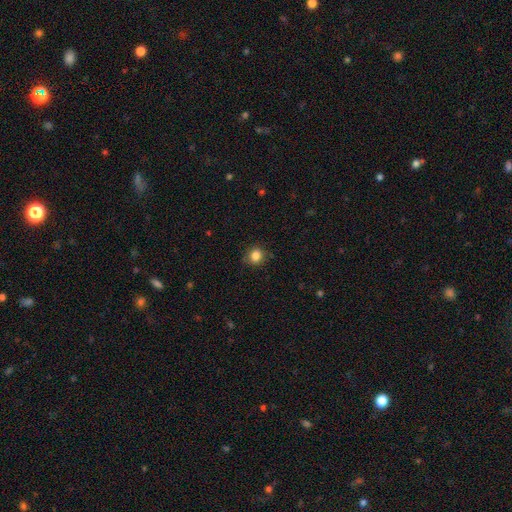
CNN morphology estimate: Smooth or featured? smooth (84%)
How rounded? round (84%)
Merging? none (84%)